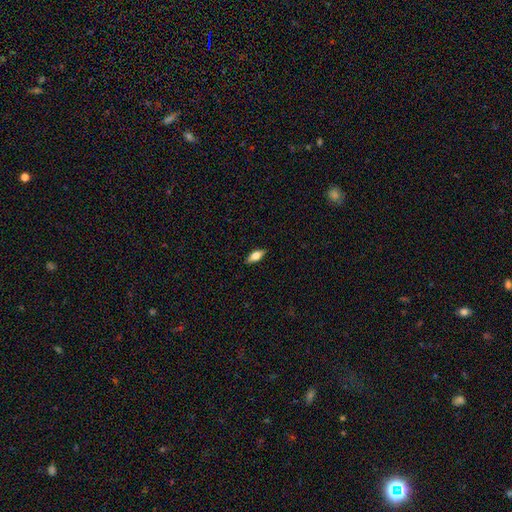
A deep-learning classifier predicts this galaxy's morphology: A smooth galaxy with no disk features (64%) that is in between round and cigar-shaped (77%).

Vote fractions:
- Smooth or featured? smooth: 64% / featured or disk: 29% / star or artifact: 7%
- How rounded? in between: 77% / cigar-shaped: 20% / round: 3%
- Merging? none: 88% / minor disturbance: 9% / major disturbance: 2% / merger: 1%